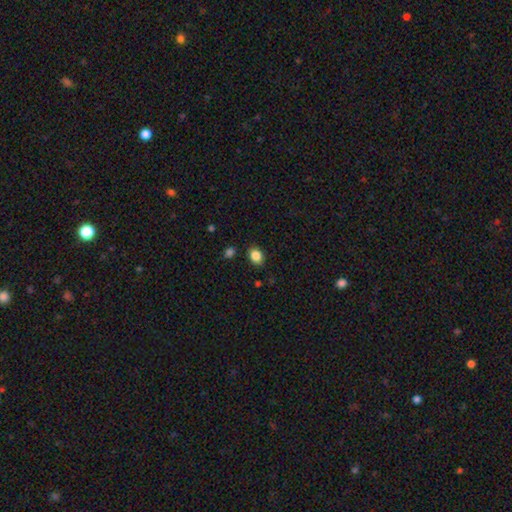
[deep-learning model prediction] This appears to be a smooth galaxy with no disk features (86%) that is in between round and cigar-shaped (55%). Merging: none (86%).